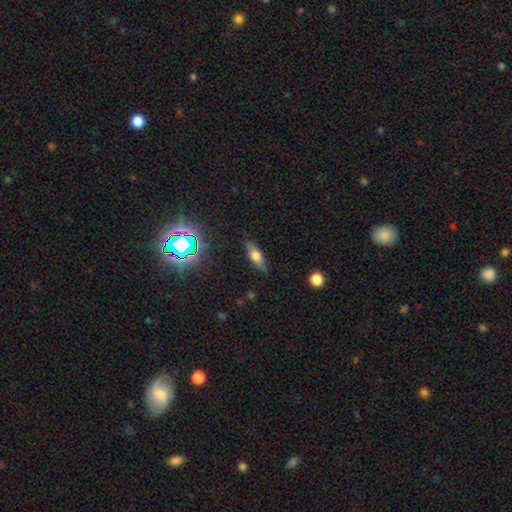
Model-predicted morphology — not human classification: This is possibly a smooth galaxy (52%). How rounded: possibly in between (55%). Merging: clearly none (83%).